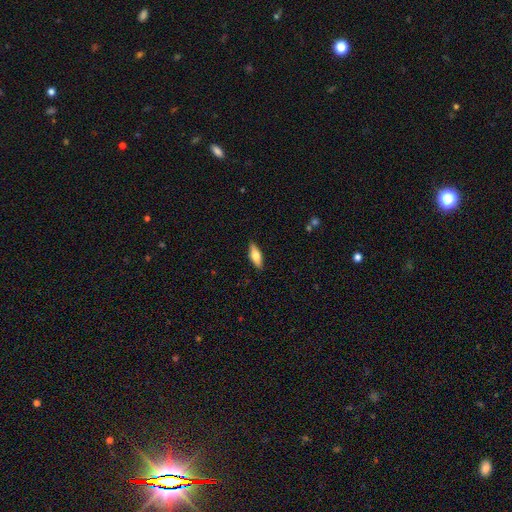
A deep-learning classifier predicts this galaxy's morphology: Smooth or featured: smooth — 64% (featured or disk — 30%)
How rounded: in between — 64% (cigar-shaped — 34%)
Merging: none — 88% (minor disturbance — 9%)